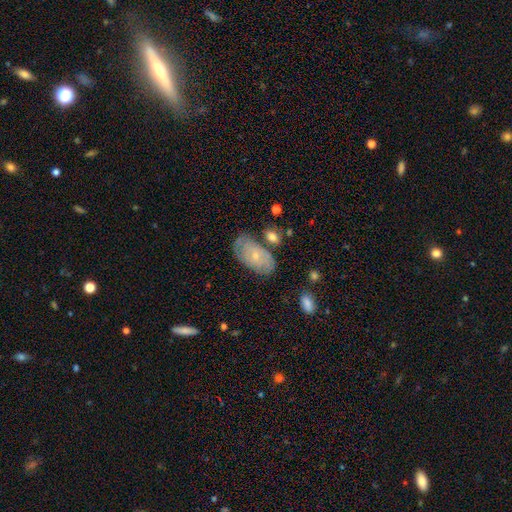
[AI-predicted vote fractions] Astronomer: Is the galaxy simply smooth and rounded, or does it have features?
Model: featured or disk — 48% (runner-up: smooth, 45%).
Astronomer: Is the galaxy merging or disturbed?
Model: none — 64%.